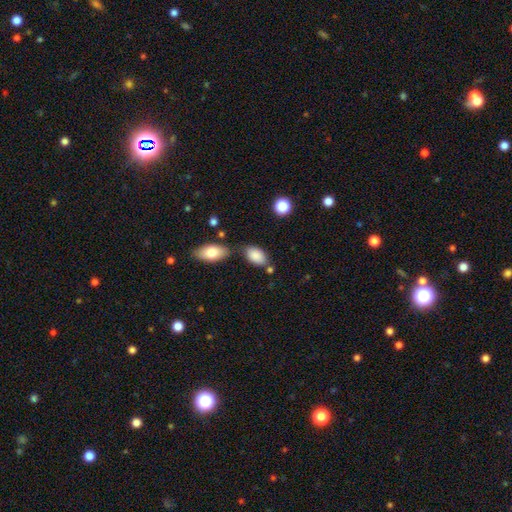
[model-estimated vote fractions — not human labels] Smooth or featured? Predicted: smooth (p=0.87). How rounded? Predicted: in between (p=0.93). Merging? Predicted: none (p=0.64).